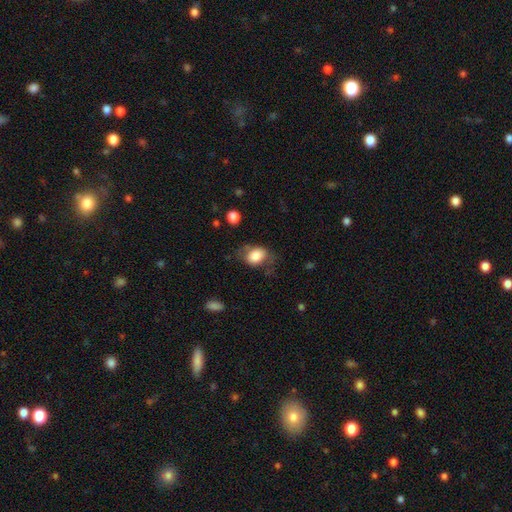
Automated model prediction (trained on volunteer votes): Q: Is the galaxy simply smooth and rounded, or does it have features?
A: smooth — 77%.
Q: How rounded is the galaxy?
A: in between — 71%.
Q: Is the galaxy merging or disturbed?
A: none — 56%.